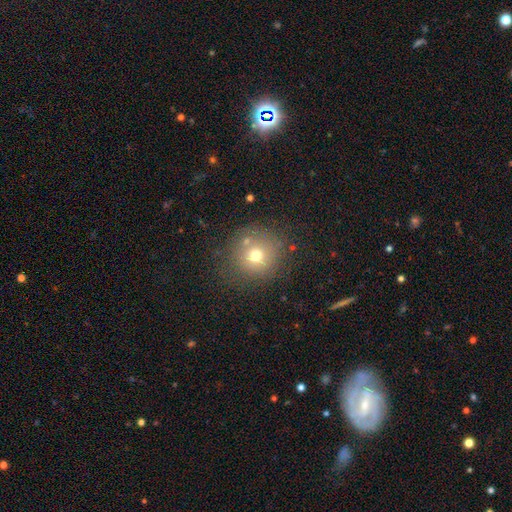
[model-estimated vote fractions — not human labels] Smooth or featured?
  - smooth: 69% *
  - star or artifact: 17%
  - featured or disk: 14%
How rounded?
  - round: 90% *
  - in between: 9%
  - cigar-shaped: 1%
Merging?
  - none: 75% *
  - minor disturbance: 12%
  - merger: 8%
  - major disturbance: 5%